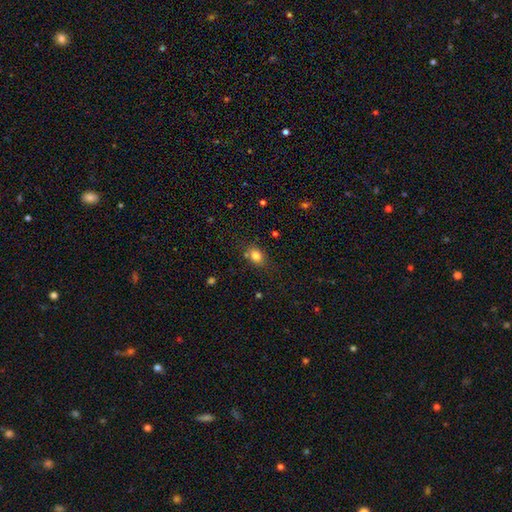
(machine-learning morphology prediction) This is clearly a smooth galaxy (81%). How rounded: possibly in between (60%). Merging: likely none (70%).